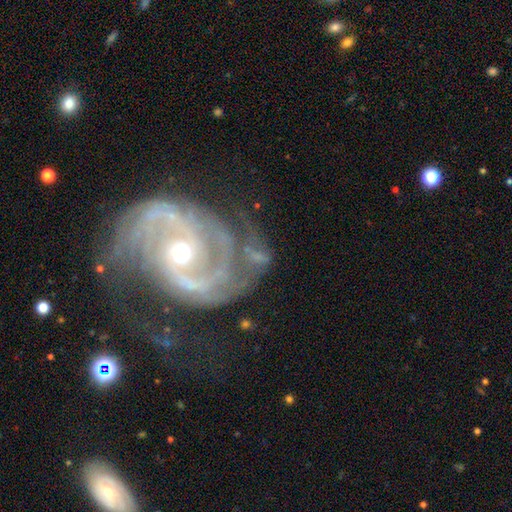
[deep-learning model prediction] Smooth or featured: featured or disk — 76% (smooth — 15%)
Edge-on disk: no — 96% (yes — 4%)
Bar: no — 60% (weak — 25%)
Spiral arms: yes — 84% (no — 16%)
Spiral winding: tight — 54% (medium — 32%)
Spiral arm count: 2 — 41% (can't tell — 25%)
Bulge size: moderate — 48% (small — 40%)
Merging: none — 45% (major disturbance — 25%)